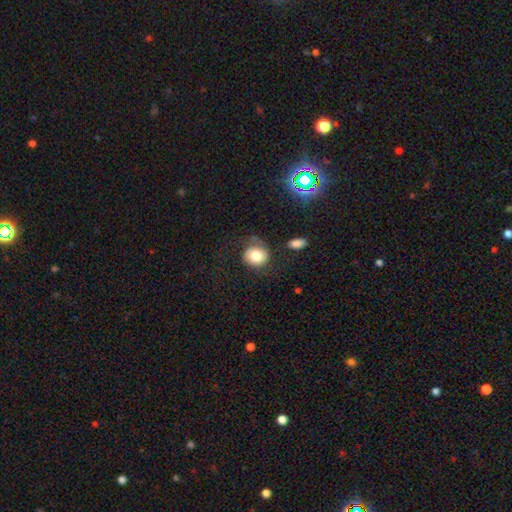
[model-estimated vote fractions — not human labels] Smooth or featured? smooth (70%)
How rounded? round (76%)
Merging? none (54%)